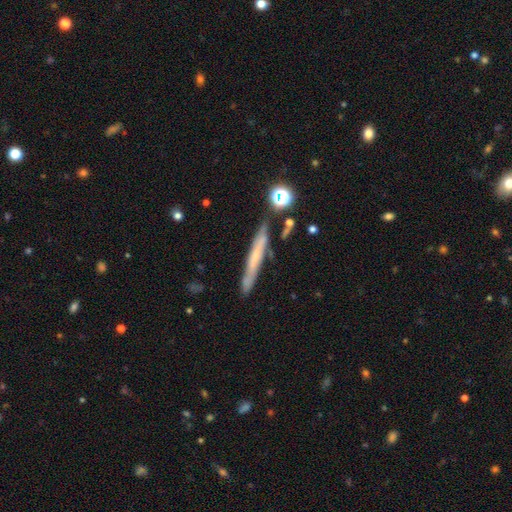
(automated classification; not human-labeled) smooth-or-featured: featured or disk: 49% | smooth: 40% | star or artifact: 11%
  merging: none: 76% | minor disturbance: 15% | merger: 5% | major disturbance: 4%